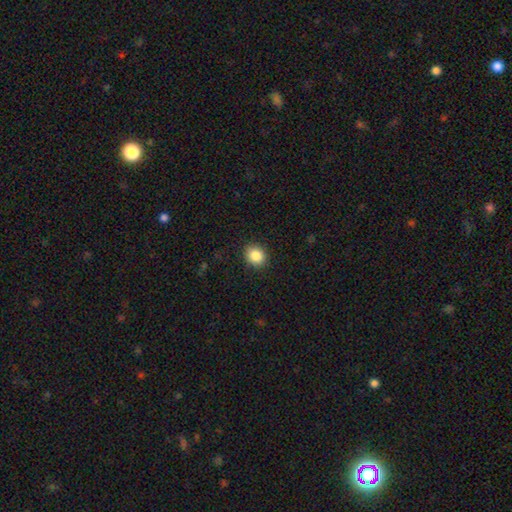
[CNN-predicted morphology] smooth-or-featured: smooth: 86% | star or artifact: 9% | featured or disk: 5%
  how-rounded: round: 68% | in between: 31% | cigar-shaped: 1%
  merging: none: 90% | minor disturbance: 7% | major disturbance: 2% | merger: 1%